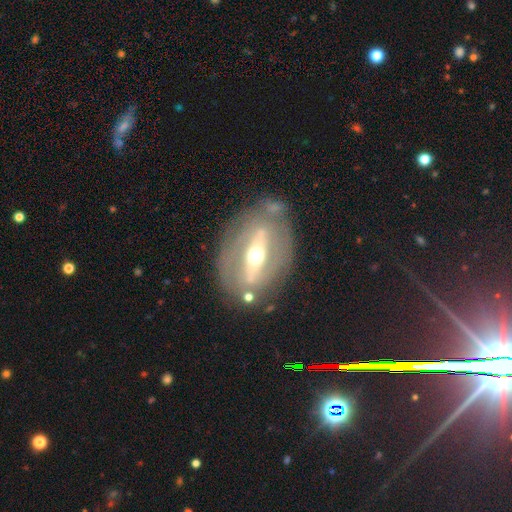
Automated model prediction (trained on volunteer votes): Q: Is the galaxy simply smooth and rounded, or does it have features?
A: featured or disk — 76%.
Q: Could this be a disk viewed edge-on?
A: no — 81%.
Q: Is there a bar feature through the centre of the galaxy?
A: strong — 67%.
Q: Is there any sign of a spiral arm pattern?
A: no — 59%.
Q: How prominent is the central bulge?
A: moderate — 70%.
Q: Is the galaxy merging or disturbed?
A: none — 72%.